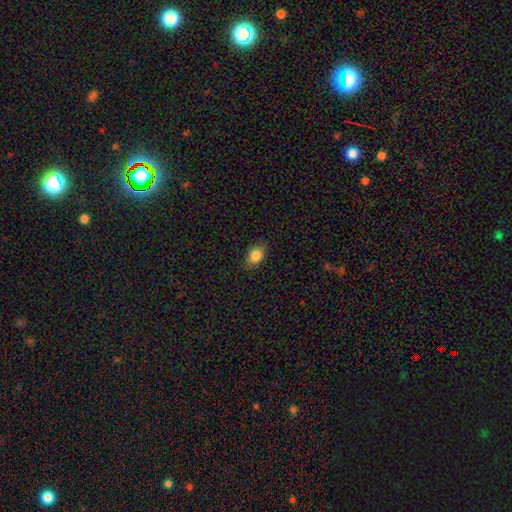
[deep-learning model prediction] smooth_or_featured: smooth (p=0.85) [alt: star or artifact p=0.09]
how_rounded: in between (p=0.72) [alt: round p=0.26]
merging: none (p=0.85) [alt: minor disturbance p=0.12]